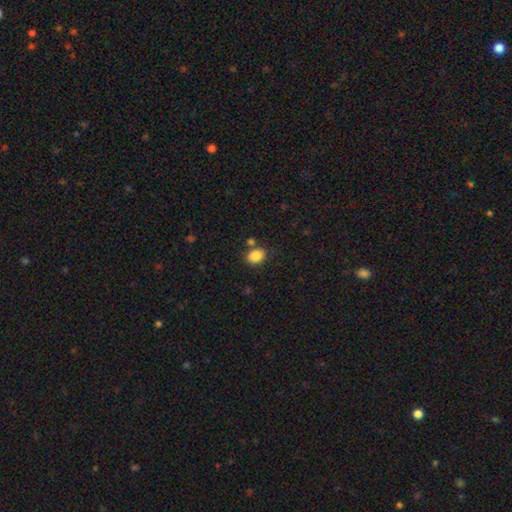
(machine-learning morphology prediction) Overall: smooth (87%). How rounded: in between (61%; round 38%). Merging: none (77%).